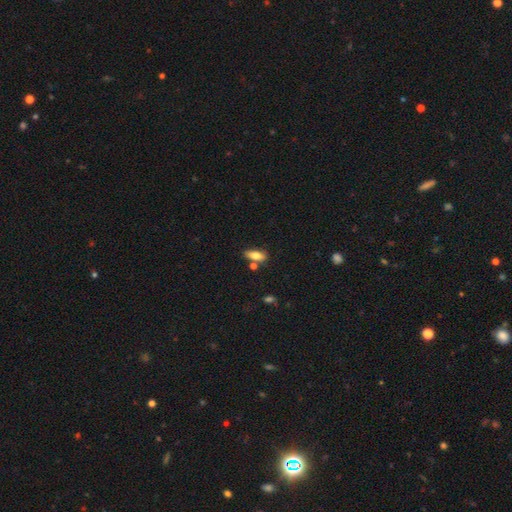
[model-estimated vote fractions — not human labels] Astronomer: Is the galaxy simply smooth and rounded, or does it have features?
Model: smooth — 77%.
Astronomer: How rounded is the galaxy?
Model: in between — 81%.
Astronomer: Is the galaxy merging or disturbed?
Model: none — 69%.